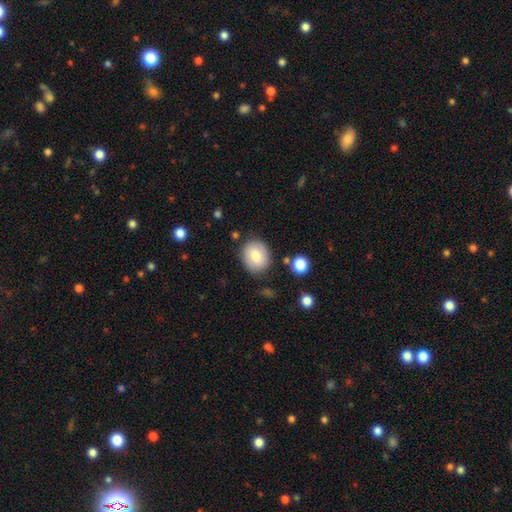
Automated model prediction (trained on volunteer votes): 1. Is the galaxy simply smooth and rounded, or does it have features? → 80% smooth, 12% featured or disk, 8% star or artifact.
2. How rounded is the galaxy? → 67% round, 33% in between, 1% cigar-shaped.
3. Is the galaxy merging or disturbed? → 82% none, 11% minor disturbance, 3% major disturbance, 3% merger.